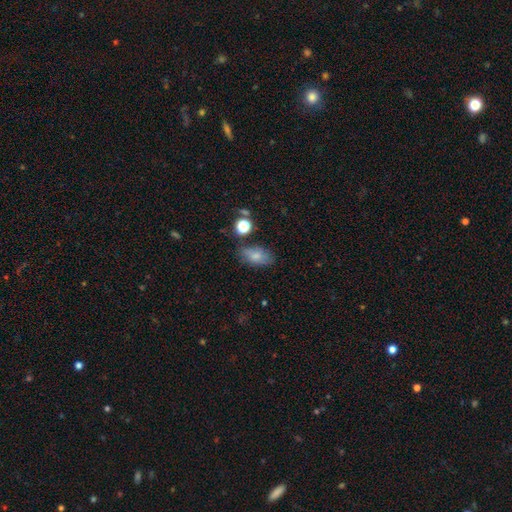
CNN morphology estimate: This appears to be a smooth galaxy with no disk features (77%) that is in between round and cigar-shaped (88%). Merging: none (69%).